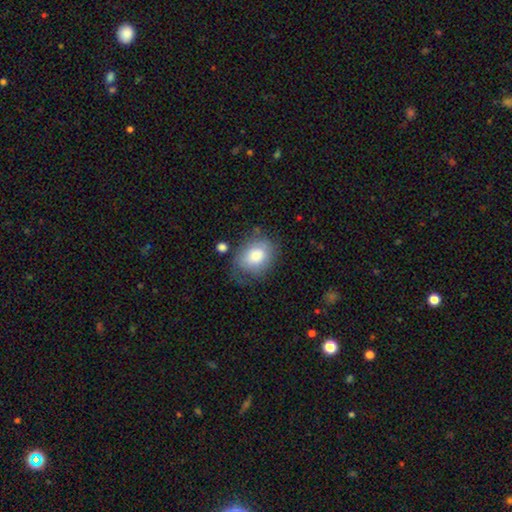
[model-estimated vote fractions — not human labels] Morphology: type=smooth (78%); roundness=in between (61%); merging=none (55%).